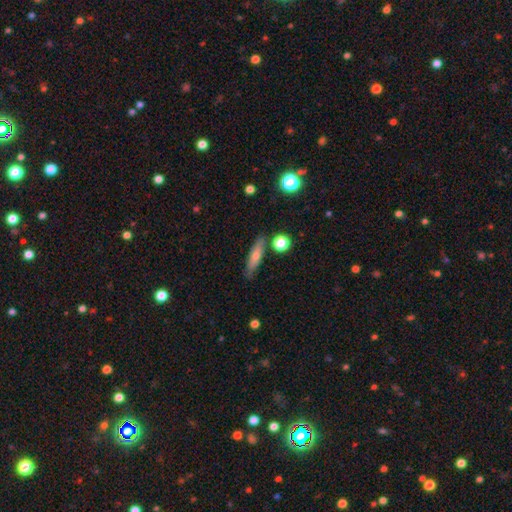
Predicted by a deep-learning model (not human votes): This is likely a smooth galaxy (66%). How rounded: likely cigar-shaped (73%). Merging: clearly none (81%).